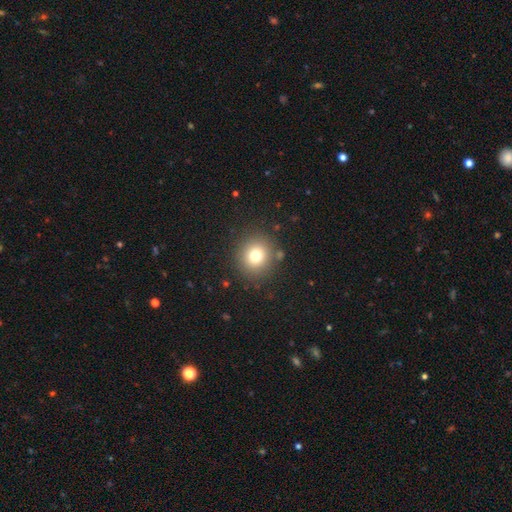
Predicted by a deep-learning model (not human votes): smooth-or-featured: smooth: 76% | star or artifact: 14% | featured or disk: 10%
  how-rounded: round: 88% | in between: 11% | cigar-shaped: 1%
  merging: none: 86% | minor disturbance: 7% | major disturbance: 3% | merger: 3%